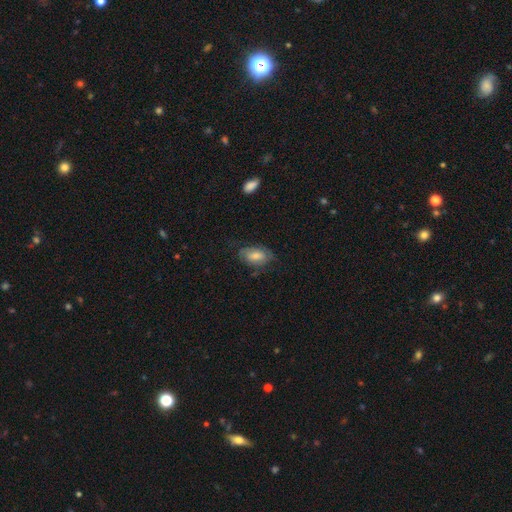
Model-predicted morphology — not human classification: A smooth galaxy with no disk features (61%) that is in between round and cigar-shaped (91%). Merging: none (62%).